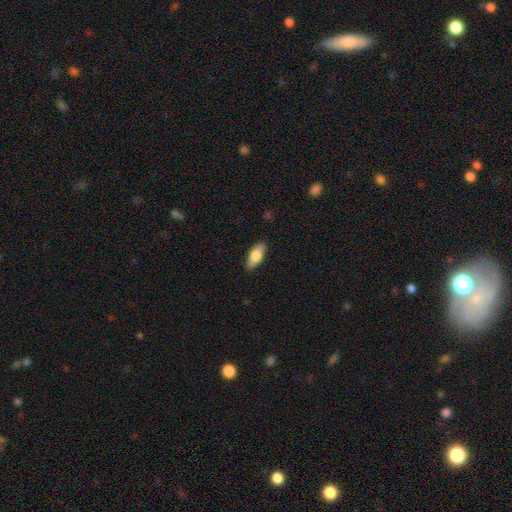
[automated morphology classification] Q: Smooth or featured?
A: smooth (76%); runner-up: featured or disk (18%)
Q: How rounded?
A: in between (82%); runner-up: cigar-shaped (16%)
Q: Merging?
A: none (88%); runner-up: minor disturbance (9%)